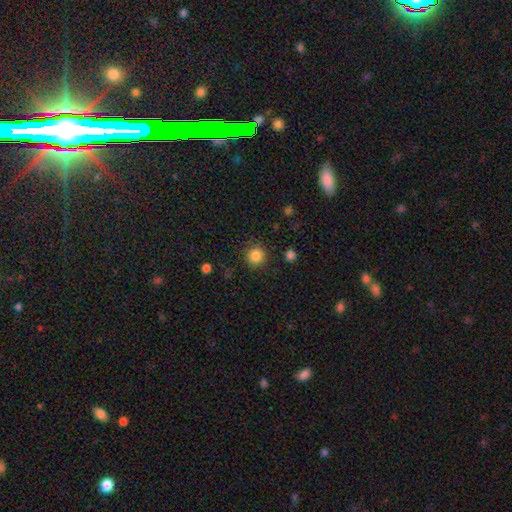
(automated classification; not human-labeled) Morphology: type=smooth (85%); roundness=round (92%); merging=none (88%).